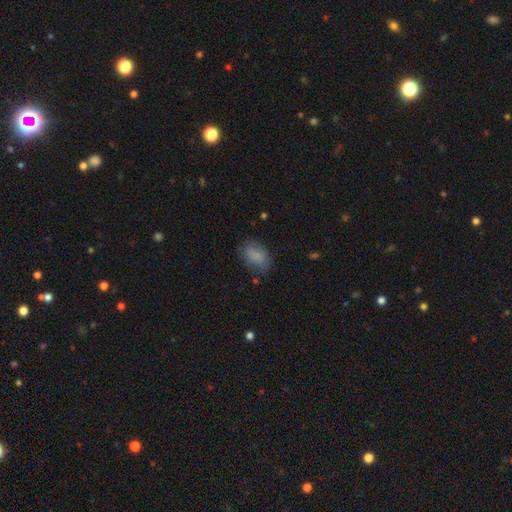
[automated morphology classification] A smooth galaxy with no disk features (81%) that is in between round and cigar-shaped (82%).

Vote fractions:
- Smooth or featured? smooth: 81% / featured or disk: 10% / star or artifact: 9%
- How rounded? in between: 82% / round: 16% / cigar-shaped: 2%
- Merging? none: 69% / minor disturbance: 22% / major disturbance: 7% / merger: 2%